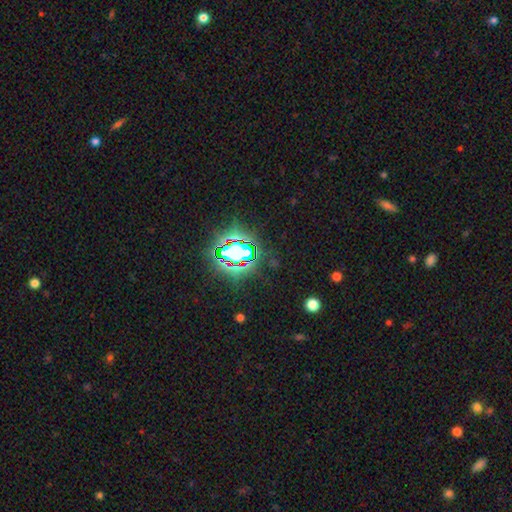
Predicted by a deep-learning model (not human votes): This appears to be a star or artifact, not a galaxy (81%).